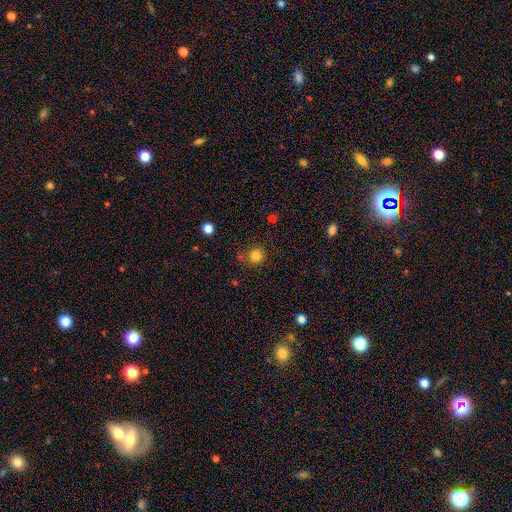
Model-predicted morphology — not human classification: smooth 83%, star or artifact 13%, featured or disk 5%. Down the decision tree: how rounded — round (93%); merging — none (79%).